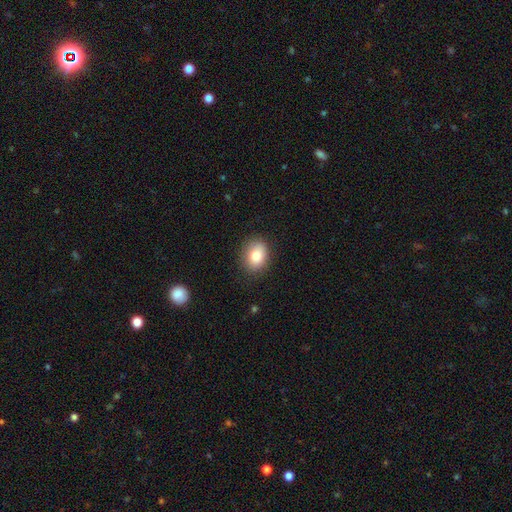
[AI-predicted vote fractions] Smooth or featured? Predicted: smooth (p=0.80). How rounded? Predicted: in between (p=0.58). Merging? Predicted: none (p=0.85).